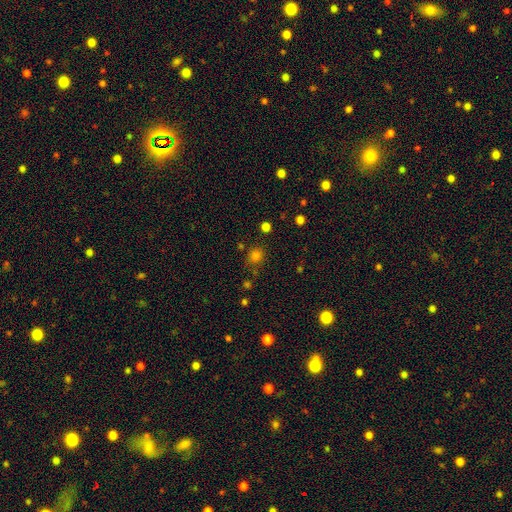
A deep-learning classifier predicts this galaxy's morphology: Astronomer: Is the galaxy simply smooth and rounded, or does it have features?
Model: smooth — 77%.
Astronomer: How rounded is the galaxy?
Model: round — 81%.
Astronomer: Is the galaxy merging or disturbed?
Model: none — 76%.